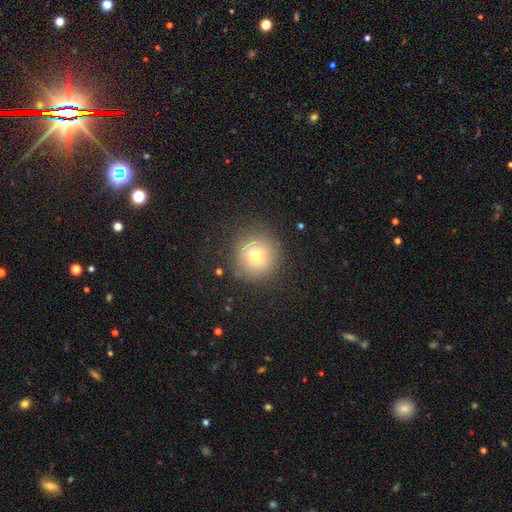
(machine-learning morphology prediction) Overall: smooth (70%). How rounded: round (93%). Merging: none (83%).